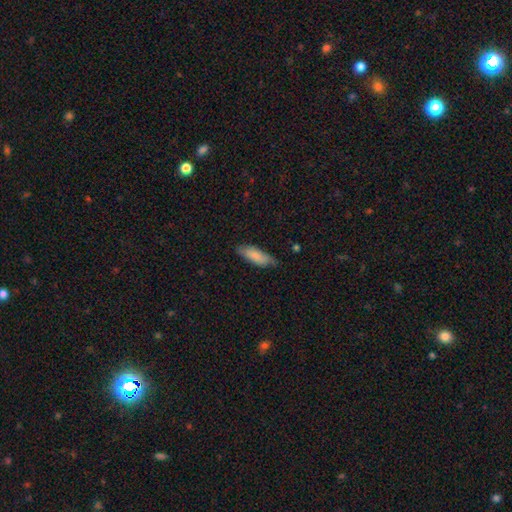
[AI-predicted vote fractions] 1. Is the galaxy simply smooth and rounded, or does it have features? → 83% smooth, 11% featured or disk, 6% star or artifact.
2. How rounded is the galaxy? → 61% in between, 37% cigar-shaped, 2% round.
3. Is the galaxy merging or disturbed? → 75% none, 20% minor disturbance, 3% major disturbance, 1% merger.